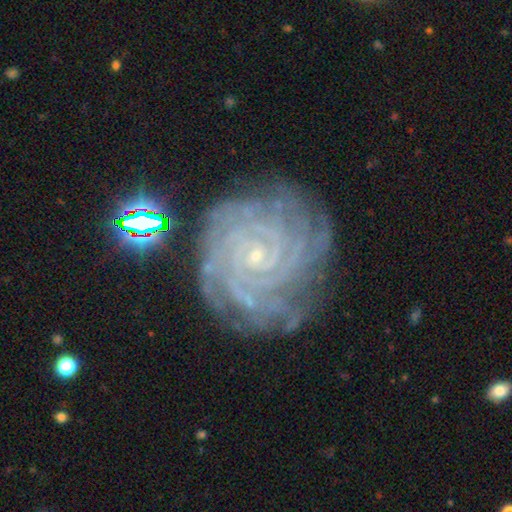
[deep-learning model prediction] This appears to be a featured or disk galaxy (89%) with no bar (70%), 4 (28%) tight (86%) spiral arms (98%) and a small central bulge (89%). Merging: none (75%).